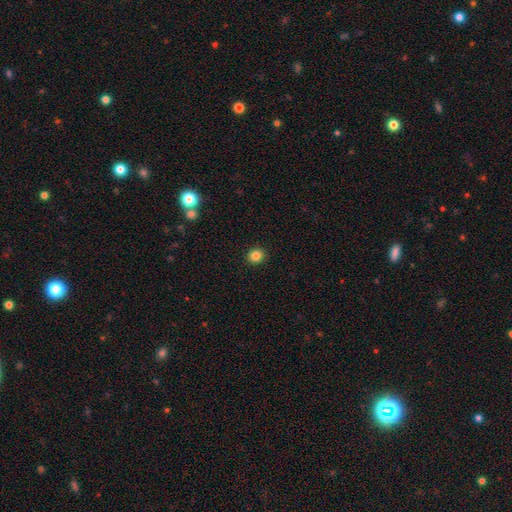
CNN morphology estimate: This appears to be a smooth galaxy with no disk features (84%) that is round (87%). Merging: none (92%).